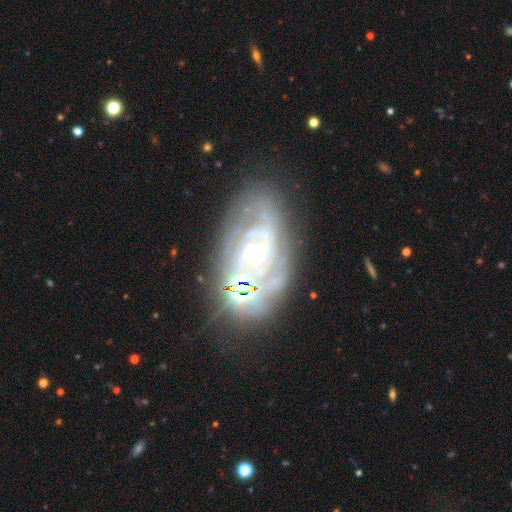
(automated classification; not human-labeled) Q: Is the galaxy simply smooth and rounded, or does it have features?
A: featured or disk — 83%.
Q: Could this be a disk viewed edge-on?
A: no — 95%.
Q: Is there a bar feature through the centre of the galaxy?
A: no — 65%.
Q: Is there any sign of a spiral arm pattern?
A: yes — 90%.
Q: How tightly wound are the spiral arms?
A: tight — 57%.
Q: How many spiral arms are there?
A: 2 — 37%.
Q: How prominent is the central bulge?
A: small — 69%.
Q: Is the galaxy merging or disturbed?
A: none — 66%.